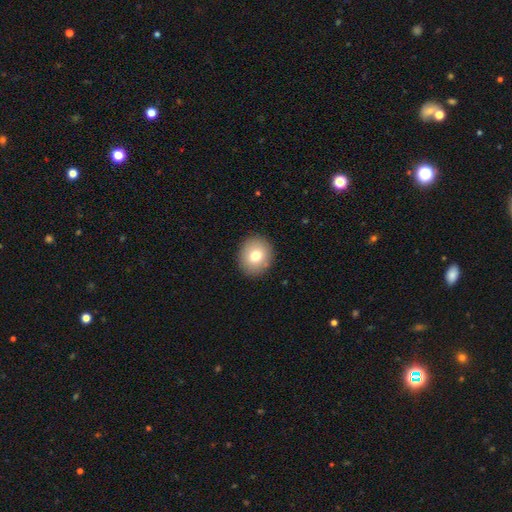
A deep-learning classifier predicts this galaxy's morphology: Smooth or featured? Predicted: smooth (p=0.77). How rounded? Predicted: round (p=0.78). Merging? Predicted: none (p=0.91).